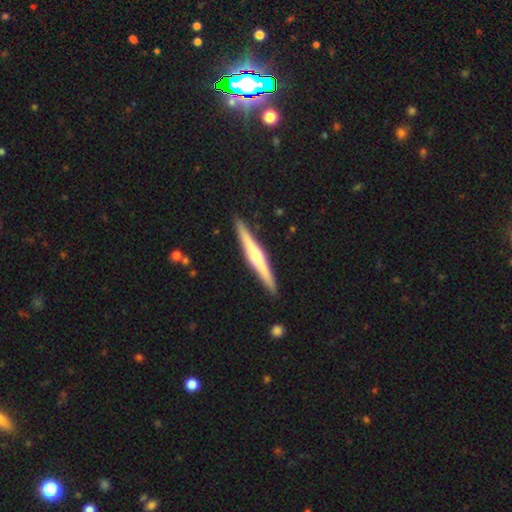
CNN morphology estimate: smooth_or_featured: featured or disk (p=0.67) [alt: smooth p=0.28]
disk_edge_on: yes (p=0.98) [alt: no p=0.02]
edge_on_bulge: rounded (p=0.78) [alt: none p=0.13]
merging: none (p=0.91) [alt: minor disturbance p=0.06]